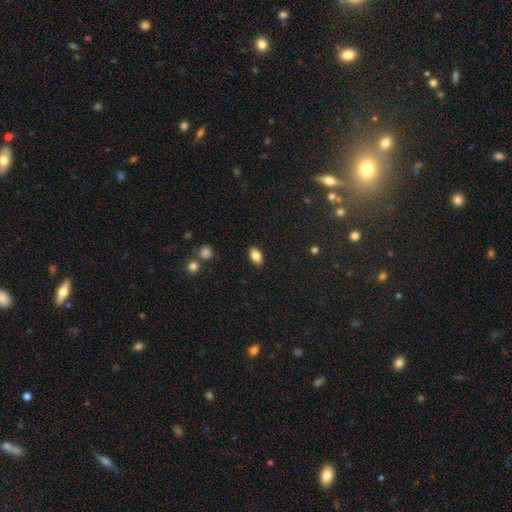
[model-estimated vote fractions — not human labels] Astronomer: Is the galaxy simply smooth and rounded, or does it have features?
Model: smooth — 83%.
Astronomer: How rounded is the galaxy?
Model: in between — 89%.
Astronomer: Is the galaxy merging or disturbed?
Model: none — 88%.